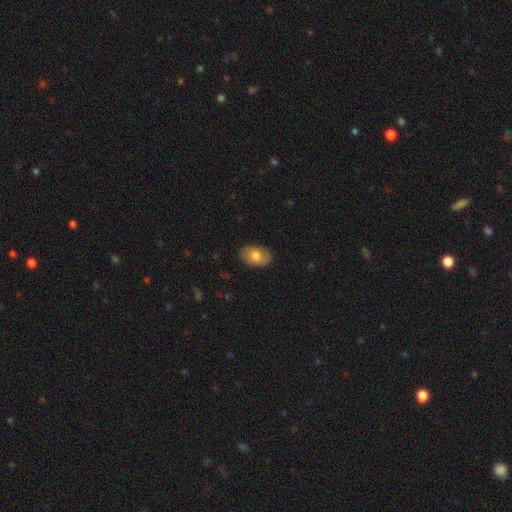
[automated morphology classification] Smooth or featured?
  - smooth: 75% *
  - featured or disk: 19%
  - star or artifact: 7%
How rounded?
  - in between: 89% *
  - round: 10%
  - cigar-shaped: 1%
Merging?
  - none: 86% *
  - minor disturbance: 11%
  - major disturbance: 2%
  - merger: 1%